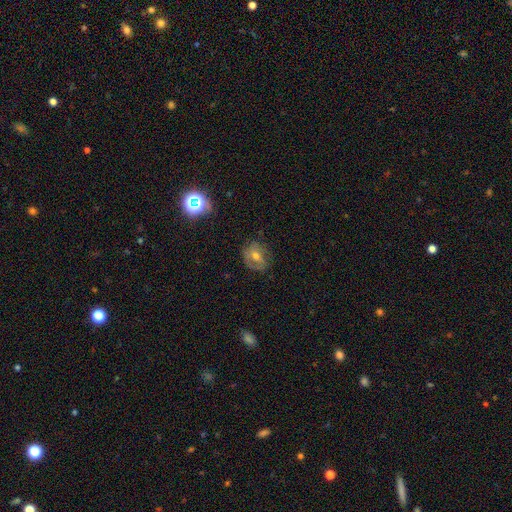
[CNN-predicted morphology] Smooth or featured? featured or disk (45%)
Merging? none (72%)